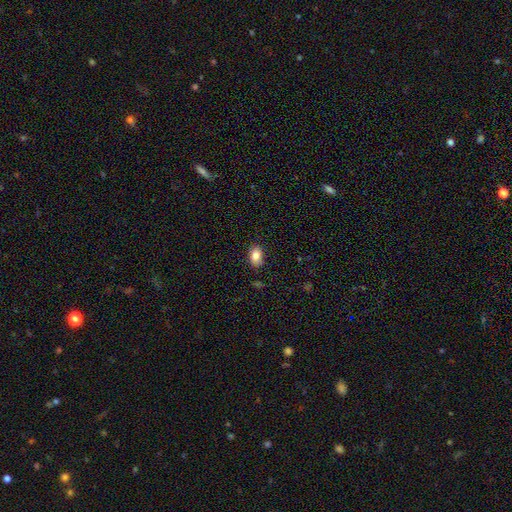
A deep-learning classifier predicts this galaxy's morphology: Smooth or featured?
  - smooth: 84% *
  - star or artifact: 9%
  - featured or disk: 7%
How rounded?
  - in between: 82% *
  - round: 16%
  - cigar-shaped: 1%
Merging?
  - none: 85% *
  - minor disturbance: 12%
  - major disturbance: 2%
  - merger: 1%